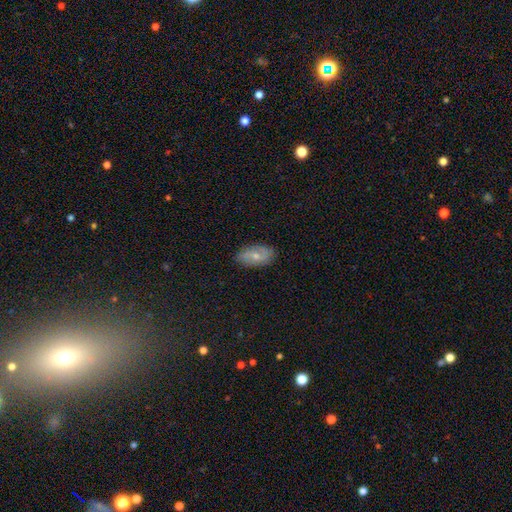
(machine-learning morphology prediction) Smooth or featured? Predicted: featured or disk (p=0.49). Merging? Predicted: none (p=0.80).